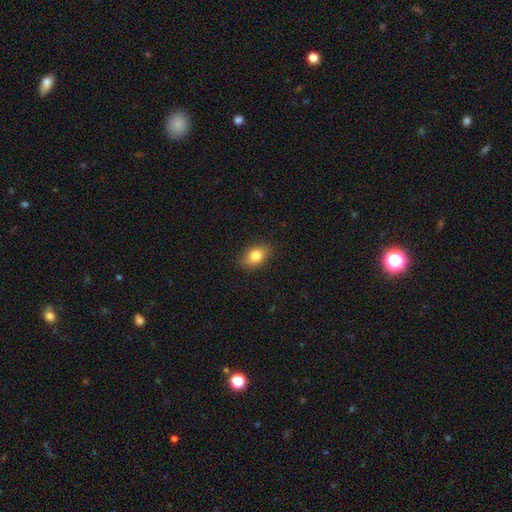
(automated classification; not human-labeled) This appears to be a smooth galaxy with no disk features (81%) that is in between round and cigar-shaped (79%). Merging: none (86%).